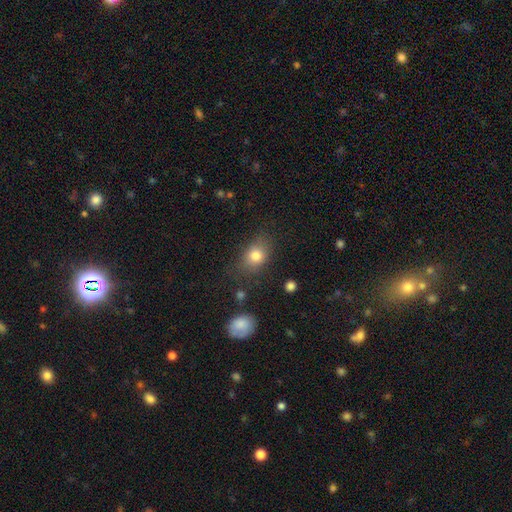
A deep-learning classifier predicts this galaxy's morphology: Q: Smooth or featured?
A: smooth (79%); runner-up: star or artifact (11%)
Q: How rounded?
A: in between (61%); runner-up: round (37%)
Q: Merging?
A: none (71%); runner-up: minor disturbance (19%)